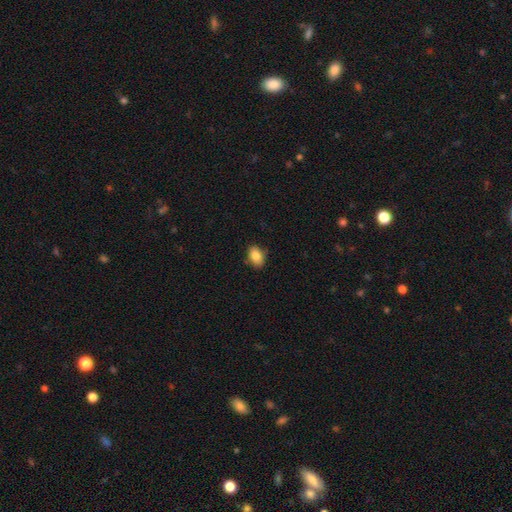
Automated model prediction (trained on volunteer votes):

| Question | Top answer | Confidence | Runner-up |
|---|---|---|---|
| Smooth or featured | smooth | 86% | star or artifact (8%) |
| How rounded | in between | 84% | round (14%) |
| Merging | none | 83% | minor disturbance (14%) |